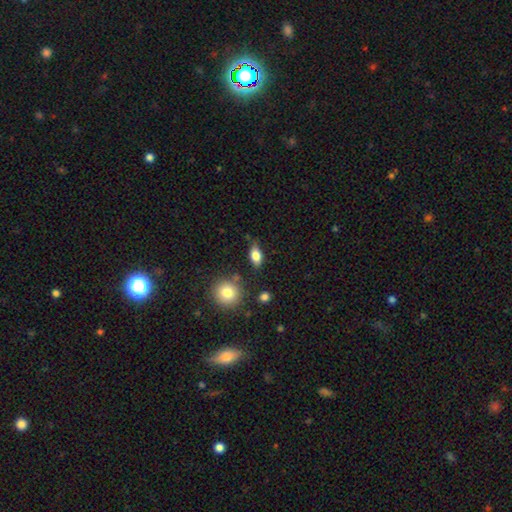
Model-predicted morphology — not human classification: type=smooth (78%); roundness=in between (82%); merging=none (75%).